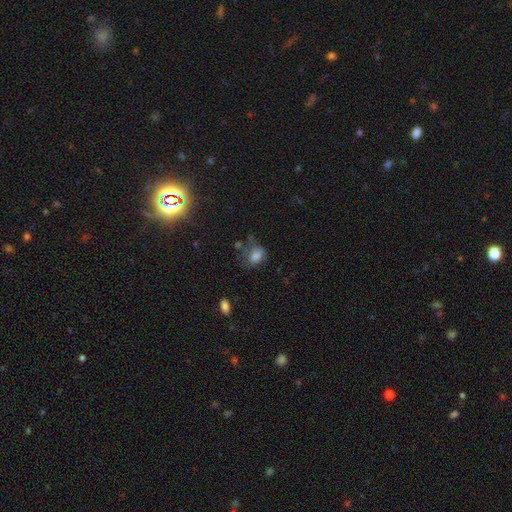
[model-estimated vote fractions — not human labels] Overall: smooth (72%). How rounded: in between (70%). Merging: none (41%; minor disturbance 28%).